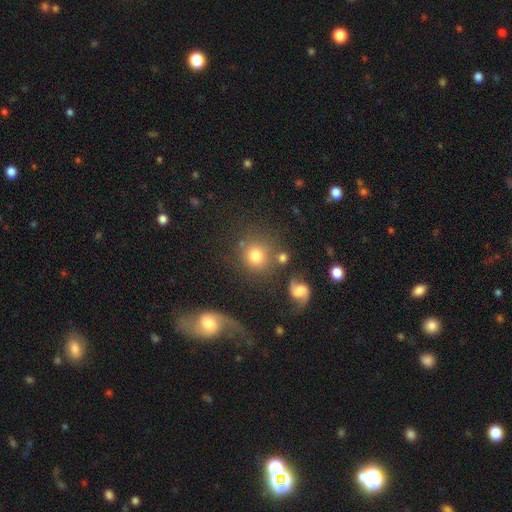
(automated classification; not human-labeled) A smooth galaxy with no disk features (74%) that is round (85%).

Vote fractions:
- Smooth or featured? smooth: 74% / featured or disk: 13% / star or artifact: 12%
- How rounded? round: 85% / in between: 14% / cigar-shaped: 1%
- Merging? none: 68% / minor disturbance: 13% / merger: 12% / major disturbance: 6%